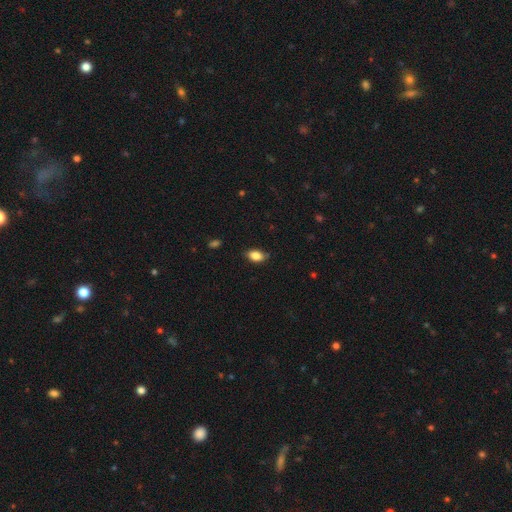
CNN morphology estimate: Q: Smooth or featured?
A: smooth (85%); runner-up: star or artifact (8%)
Q: How rounded?
A: in between (89%); runner-up: round (9%)
Q: Merging?
A: none (78%); runner-up: minor disturbance (18%)